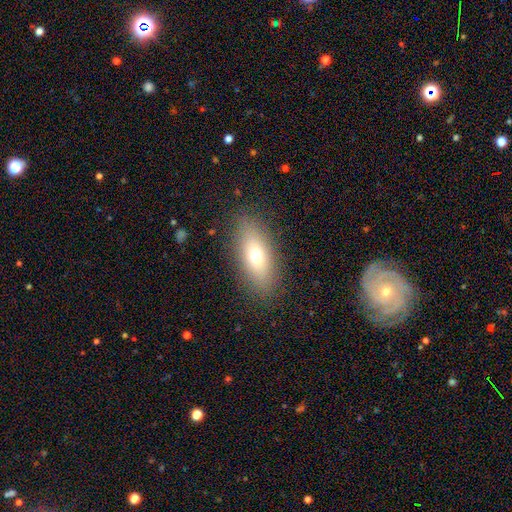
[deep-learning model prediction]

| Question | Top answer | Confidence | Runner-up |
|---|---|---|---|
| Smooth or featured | smooth | 68% | featured or disk (23%) |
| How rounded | in between | 74% | cigar-shaped (21%) |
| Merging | none | 86% | minor disturbance (9%) |